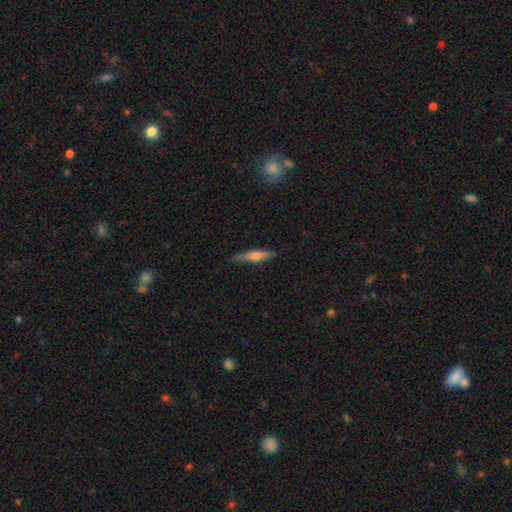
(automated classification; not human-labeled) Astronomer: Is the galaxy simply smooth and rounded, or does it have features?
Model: featured or disk — 55% (runner-up: smooth, 39%).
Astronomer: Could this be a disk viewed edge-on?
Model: yes — 96%.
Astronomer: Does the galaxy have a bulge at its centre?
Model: rounded — 83%.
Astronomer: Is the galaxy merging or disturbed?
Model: none — 86%.